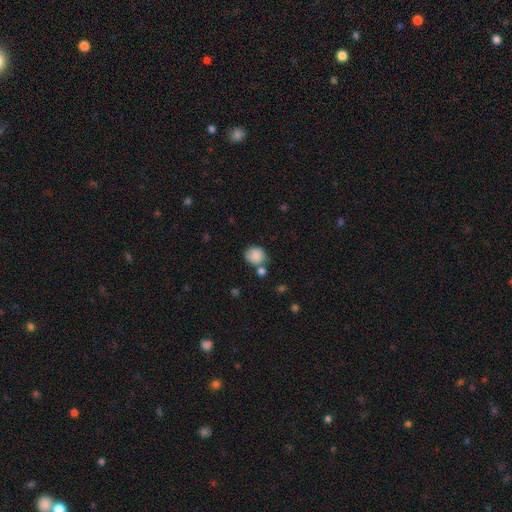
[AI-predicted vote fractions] Q: Smooth or featured?
A: smooth (85%); runner-up: star or artifact (8%)
Q: How rounded?
A: round (78%); runner-up: in between (22%)
Q: Merging?
A: none (59%); runner-up: minor disturbance (18%)